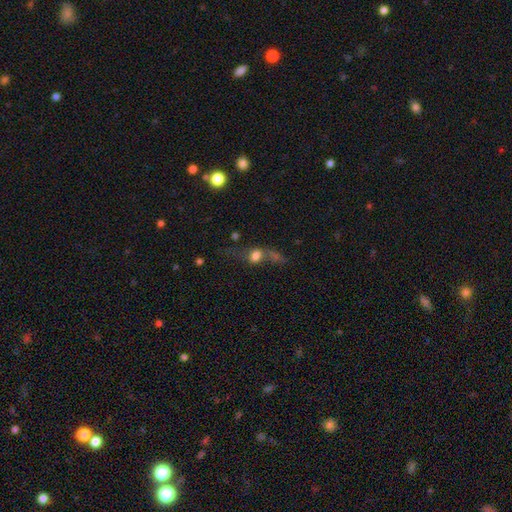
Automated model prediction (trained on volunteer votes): smooth-or-featured: smooth: 56% | featured or disk: 28% | star or artifact: 16%
  how-rounded: in between: 58% | round: 32% | cigar-shaped: 10%
  merging: merger: 34% | none: 27% | major disturbance: 25% | minor disturbance: 14%